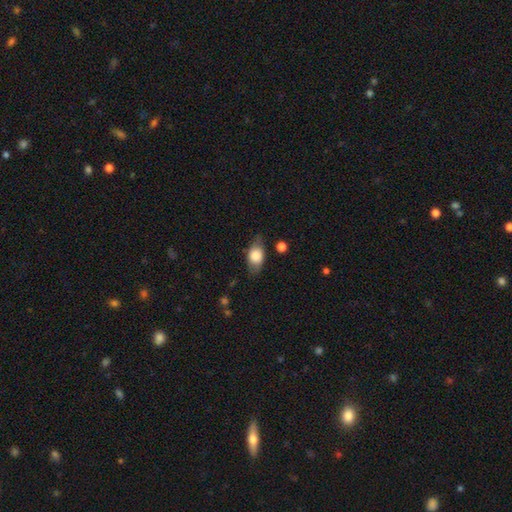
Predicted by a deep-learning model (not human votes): This is likely a smooth galaxy (73%). How rounded: clearly in between (80%). Merging: likely none (71%).